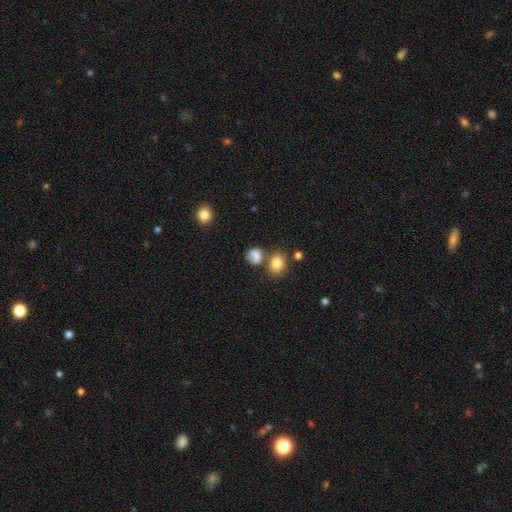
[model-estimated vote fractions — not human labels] smooth-or-featured: smooth: 79% | star or artifact: 12% | featured or disk: 10%
  how-rounded: round: 58% | in between: 40% | cigar-shaped: 1%
  merging: none: 48% | merger: 25% | minor disturbance: 18% | major disturbance: 9%